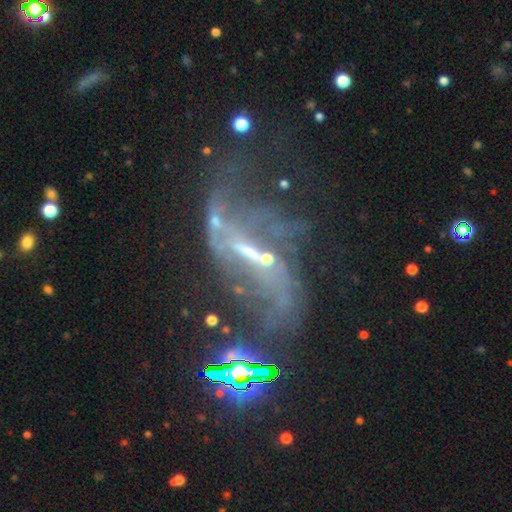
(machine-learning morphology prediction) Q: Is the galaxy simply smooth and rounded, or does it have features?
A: featured or disk — 74%.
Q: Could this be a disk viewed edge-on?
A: no — 93%.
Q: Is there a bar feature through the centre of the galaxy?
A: strong — 38%.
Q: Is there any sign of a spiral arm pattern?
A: yes — 73%.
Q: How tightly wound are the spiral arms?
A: loose — 71%.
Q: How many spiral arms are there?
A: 2 — 65%.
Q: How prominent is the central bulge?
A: small — 42%.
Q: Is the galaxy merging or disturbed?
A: major disturbance — 41%.